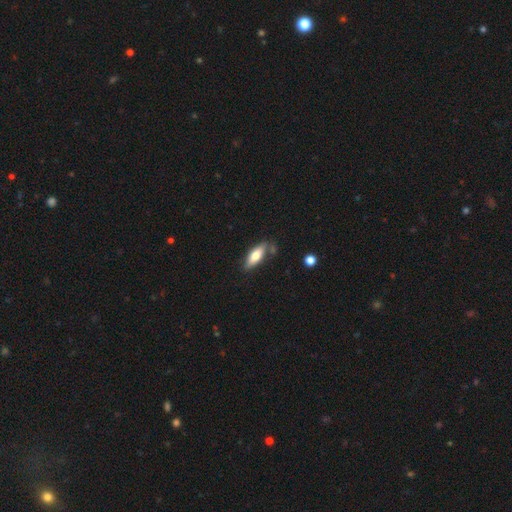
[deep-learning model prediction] A smooth galaxy with no disk features (68%) that is in between round and cigar-shaped (60%).

Vote fractions:
- Smooth or featured? smooth: 68% / featured or disk: 26% / star or artifact: 6%
- How rounded? in between: 60% / cigar-shaped: 38% / round: 2%
- Merging? none: 71% / minor disturbance: 18% / merger: 7% / major disturbance: 4%